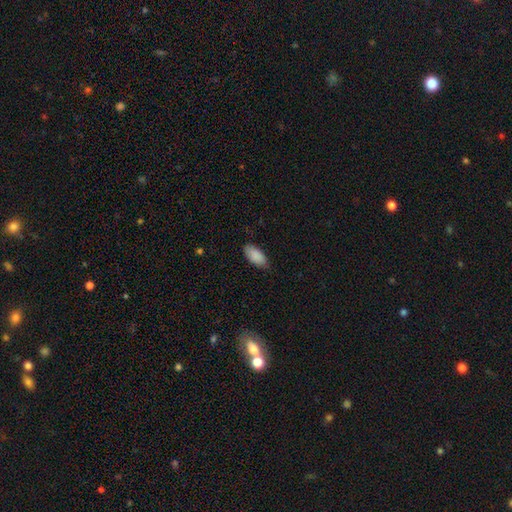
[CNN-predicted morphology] type=smooth (89%); roundness=in between (92%); merging=none (78%).